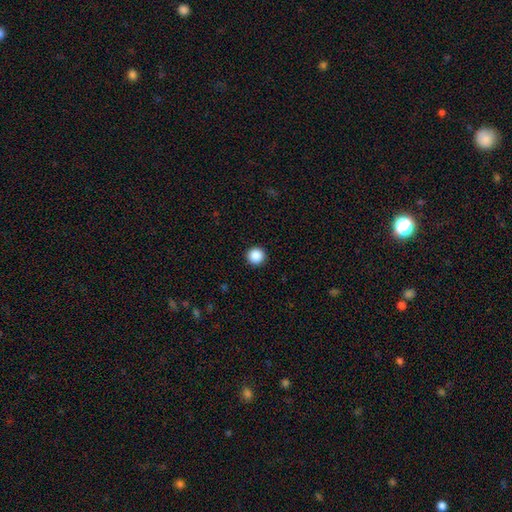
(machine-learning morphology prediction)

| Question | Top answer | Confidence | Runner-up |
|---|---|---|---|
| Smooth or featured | smooth | 88% | star or artifact (10%) |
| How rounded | round | 96% | in between (3%) |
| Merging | none | 93% | minor disturbance (4%) |